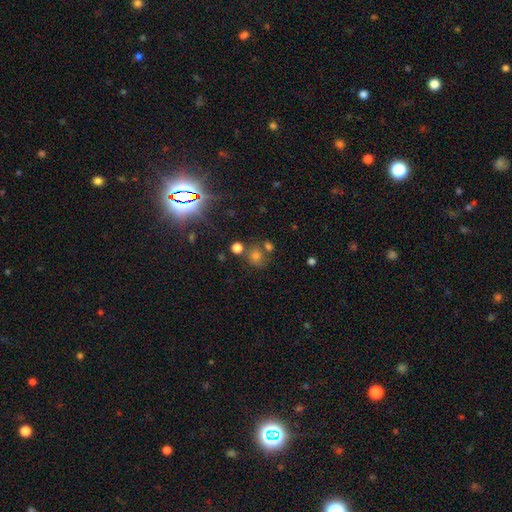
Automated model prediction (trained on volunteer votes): smooth-or-featured: smooth: 51% | star or artifact: 37% | featured or disk: 12%
  how-rounded: round: 84% | in between: 15% | cigar-shaped: 1%
  merging: none: 66% | merger: 17% | minor disturbance: 11% | major disturbance: 5%